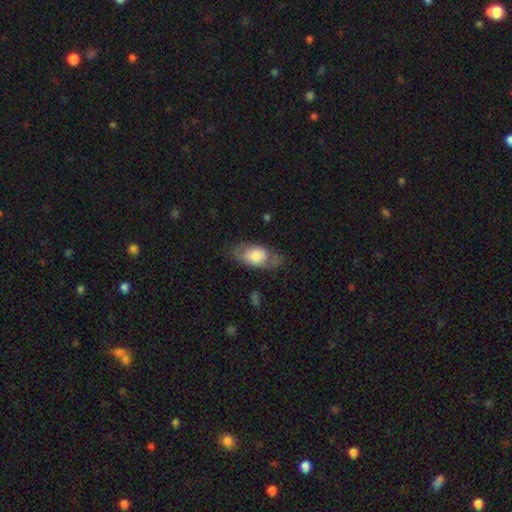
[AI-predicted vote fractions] Smooth or featured? Predicted: smooth (p=0.65). How rounded? Predicted: in between (p=0.89). Merging? Predicted: none (p=0.66).